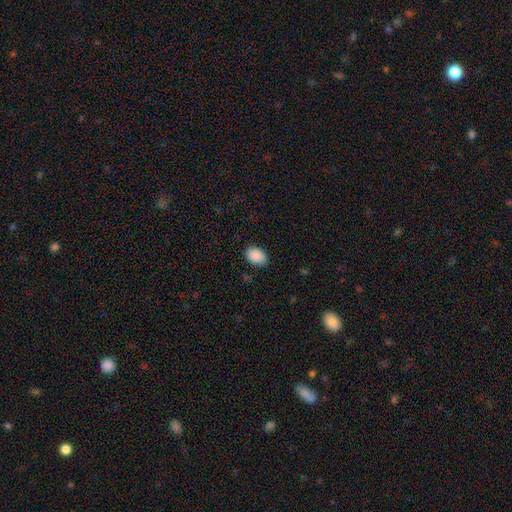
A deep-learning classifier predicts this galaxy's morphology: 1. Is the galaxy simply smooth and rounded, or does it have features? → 90% smooth, 7% star or artifact, 3% featured or disk.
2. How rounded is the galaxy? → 83% in between, 16% round, 1% cigar-shaped.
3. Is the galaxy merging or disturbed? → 83% none, 13% minor disturbance, 3% major disturbance, 1% merger.